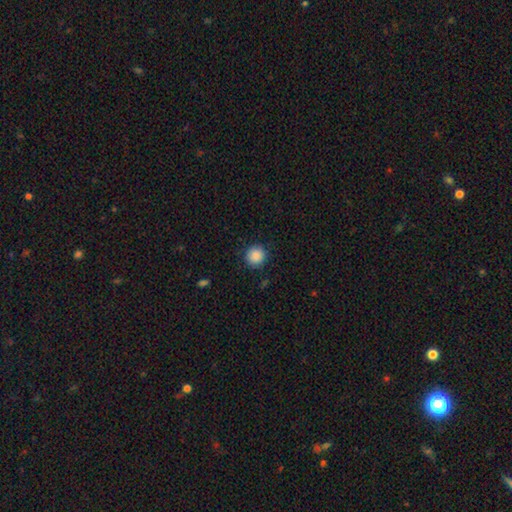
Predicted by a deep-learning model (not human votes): Smooth or featured? Predicted: smooth (p=0.88). How rounded? Predicted: round (p=0.92). Merging? Predicted: none (p=0.88).